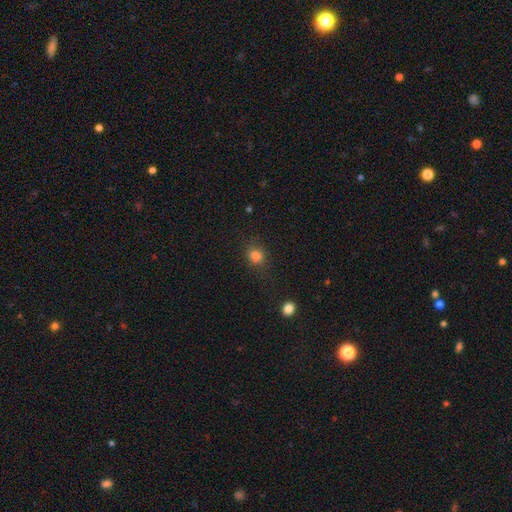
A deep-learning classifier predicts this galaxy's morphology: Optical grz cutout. It shows a smooth galaxy with no disk features (78%) that is round (60%). Merging: none (69%).